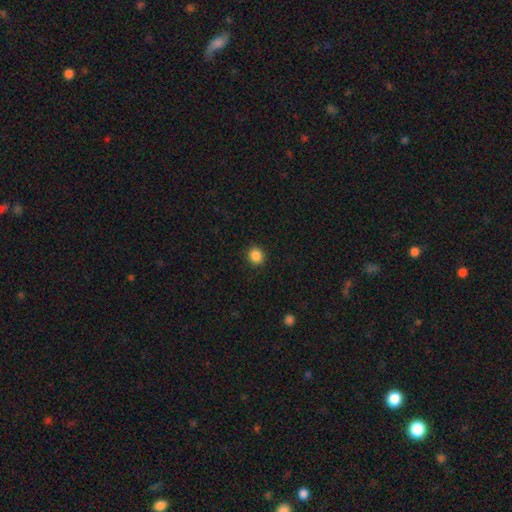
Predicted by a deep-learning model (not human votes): smooth 87%, star or artifact 10%, featured or disk 3%. Down the decision tree: how rounded — round (81%); merging — none (91%).